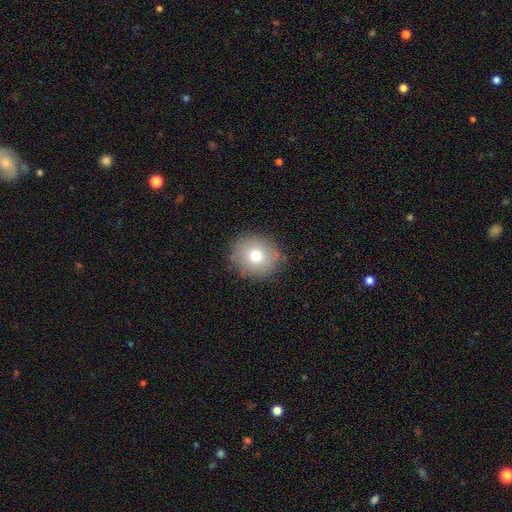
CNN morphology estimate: A smooth galaxy with no disk features (73%) that is round (82%). Merging: none (85%).